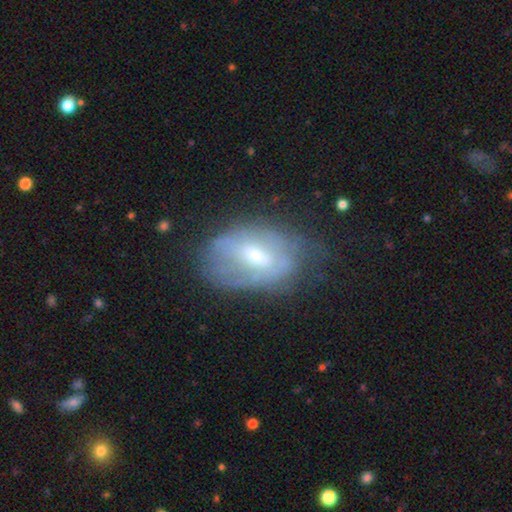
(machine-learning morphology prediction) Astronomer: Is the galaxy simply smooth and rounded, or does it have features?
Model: featured or disk — 58%.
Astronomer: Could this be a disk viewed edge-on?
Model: no — 92%.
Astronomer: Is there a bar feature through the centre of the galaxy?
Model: weak — 52% (runner-up: no, 29%).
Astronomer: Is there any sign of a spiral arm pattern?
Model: yes — 51% (runner-up: no, 49%).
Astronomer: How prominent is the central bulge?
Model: moderate — 54% (runner-up: small, 36%).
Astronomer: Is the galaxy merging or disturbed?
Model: none — 53% (runner-up: minor disturbance, 30%).